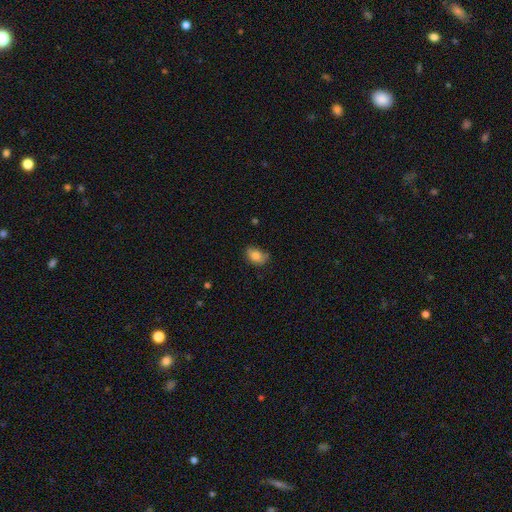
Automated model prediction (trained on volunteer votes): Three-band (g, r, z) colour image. It shows a smooth galaxy with no disk features (81%) that is in between round and cigar-shaped (82%). Merging: none (64%).